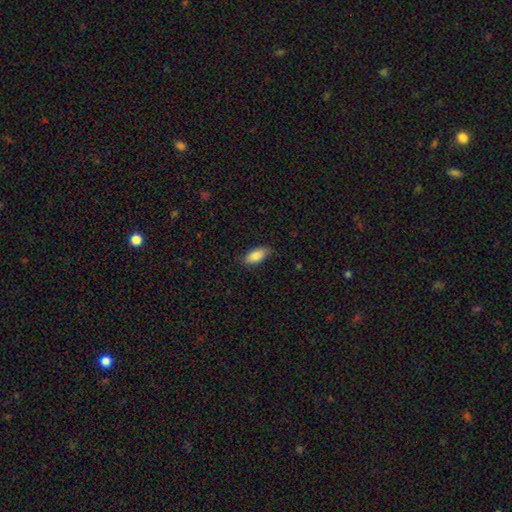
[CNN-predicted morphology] A smooth galaxy with no disk features (87%) that is in between round and cigar-shaped (87%). Merging: none (85%).